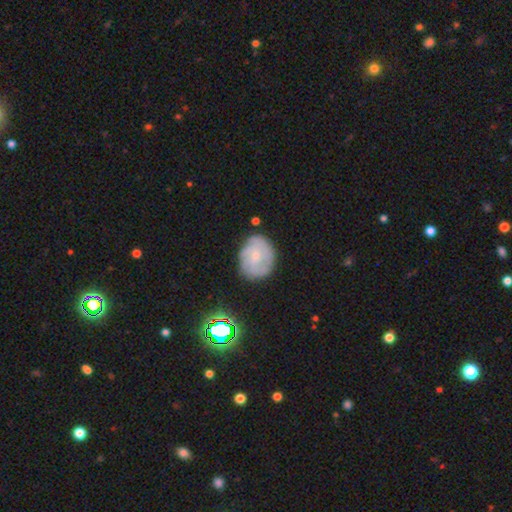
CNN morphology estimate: The model was most divided on "smooth or featured": featured or disk: 53%, smooth: 38%, star or artifact: 9%. More confident: edge-on disk — no (97%); spiral arms — yes (75%); merging — none (72%); bulge size — small (67%); bar — no (66%).